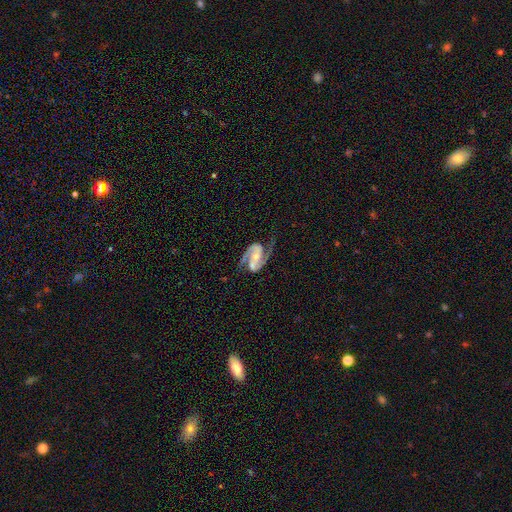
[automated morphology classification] Smooth or featured: featured or disk — 92% (star or artifact — 4%)
Edge-on disk: no — 98% (yes — 2%)
Bar: no — 38% (weak — 35%)
Spiral arms: yes — 98% (no — 2%)
Spiral winding: medium — 59% (tight — 21%)
Spiral arm count: 2 — 94% (can't tell — 1%)
Bulge size: small — 51% (moderate — 40%)
Merging: none — 74% (minor disturbance — 15%)